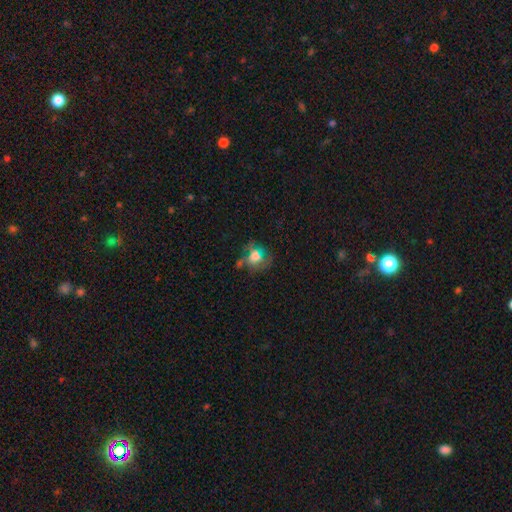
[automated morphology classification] Smooth or featured: smooth — 53% (featured or disk — 33%)
How rounded: round — 58% (in between — 41%)
Merging: none — 43% (minor disturbance — 23%)